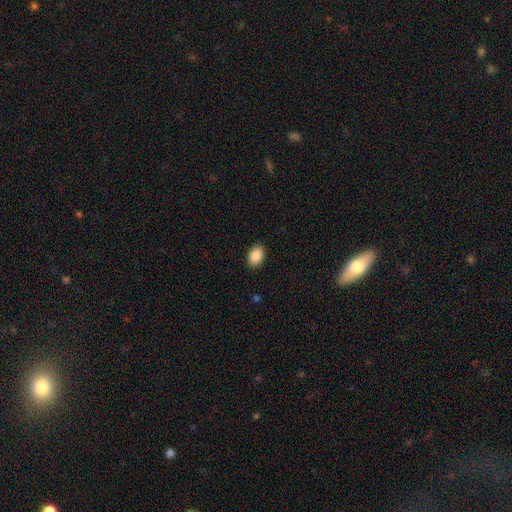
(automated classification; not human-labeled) Smooth or featured? Predicted: smooth (p=0.89). How rounded? Predicted: in between (p=0.85). Merging? Predicted: none (p=0.89).